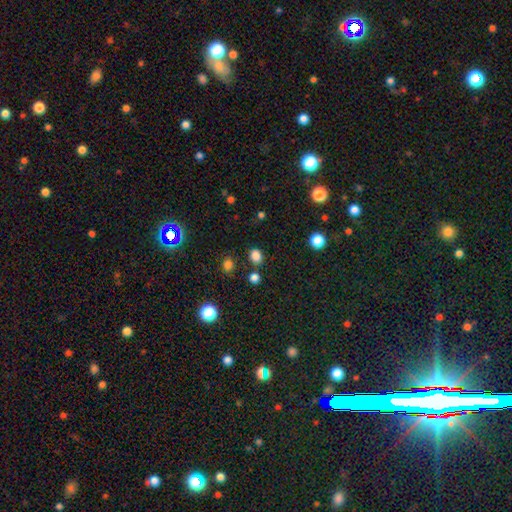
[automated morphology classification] The model was most divided on "how rounded": round: 56%, in between: 43%, cigar-shaped: 1%. More confident: merging — none (82%); smooth or featured — smooth (81%).